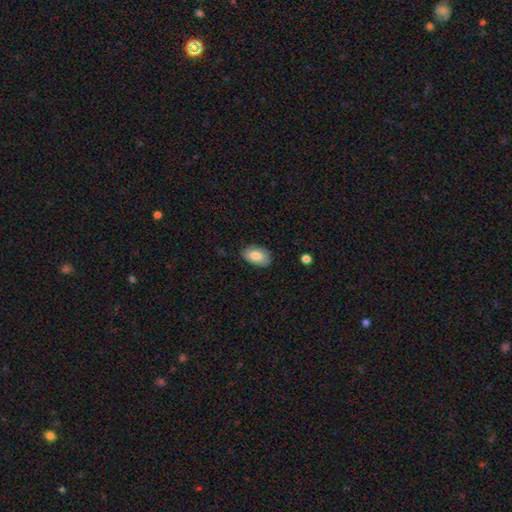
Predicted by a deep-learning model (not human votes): smooth_or_featured: smooth (p=0.82) [alt: featured or disk p=0.12]
how_rounded: in between (p=0.92) [alt: round p=0.06]
merging: none (p=0.81) [alt: minor disturbance p=0.15]